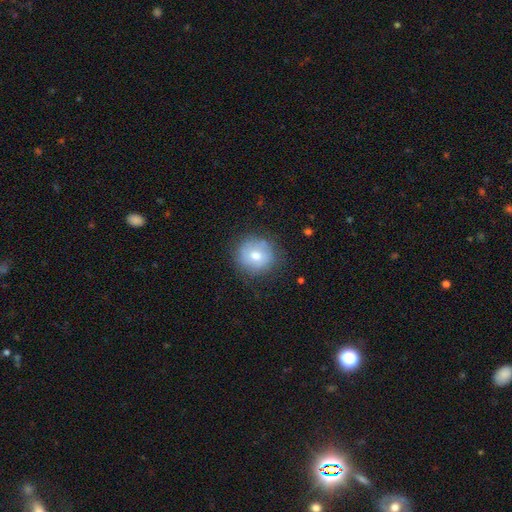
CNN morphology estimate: type=smooth (66%); roundness=round (92%); merging=none (76%).